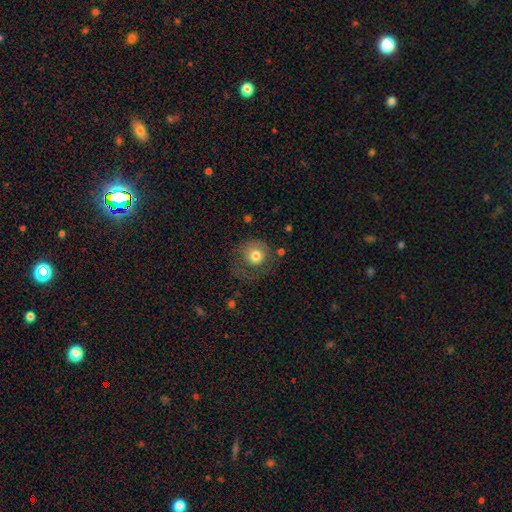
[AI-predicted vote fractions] Smooth or featured: smooth — 72% (featured or disk — 19%)
How rounded: round — 89% (in between — 10%)
Merging: none — 51% (major disturbance — 26%)